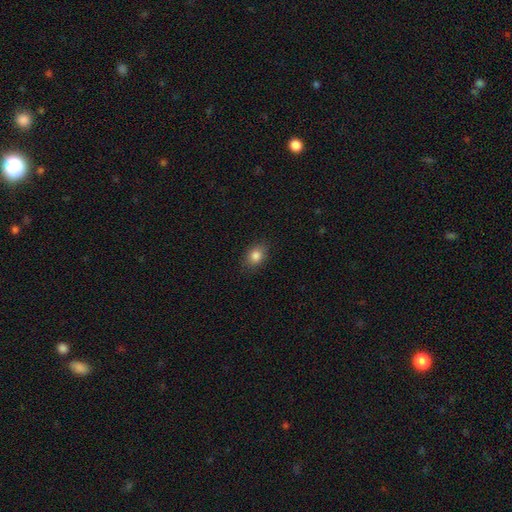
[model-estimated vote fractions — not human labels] A smooth galaxy with no disk features (84%) that is in between round and cigar-shaped (65%).

Vote fractions:
- Smooth or featured? smooth: 84% / star or artifact: 10% / featured or disk: 6%
- How rounded? in between: 65% / round: 34% / cigar-shaped: 1%
- Merging? none: 85% / minor disturbance: 11% / major disturbance: 3% / merger: 1%